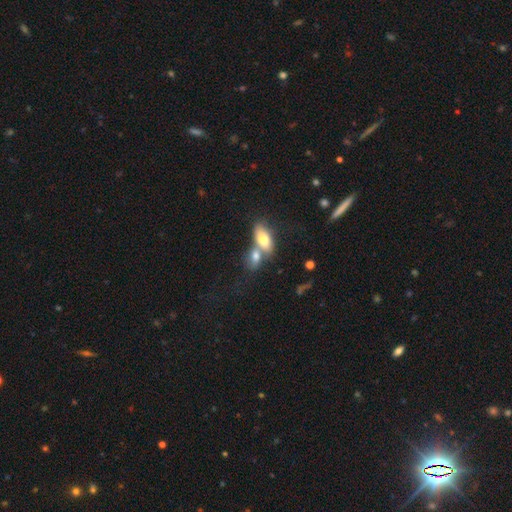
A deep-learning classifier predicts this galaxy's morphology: smooth 73%, featured or disk 19%, star or artifact 8%. Down the decision tree: how rounded — in between (83%); merging — merger (63%).